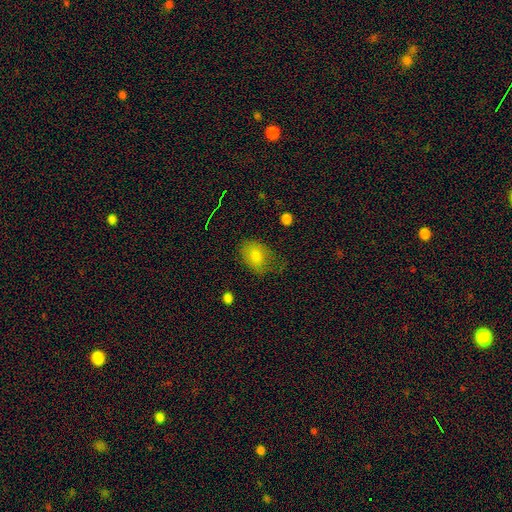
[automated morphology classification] Smooth or featured? Predicted: smooth (p=0.75). How rounded? Predicted: in between (p=0.71). Merging? Predicted: none (p=0.53).